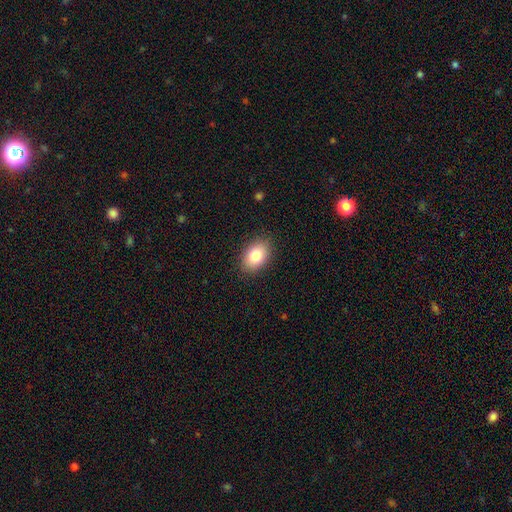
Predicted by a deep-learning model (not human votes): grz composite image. It shows a smooth galaxy with no disk features (82%) that is in between round and cigar-shaped (87%). Merging: none (87%).